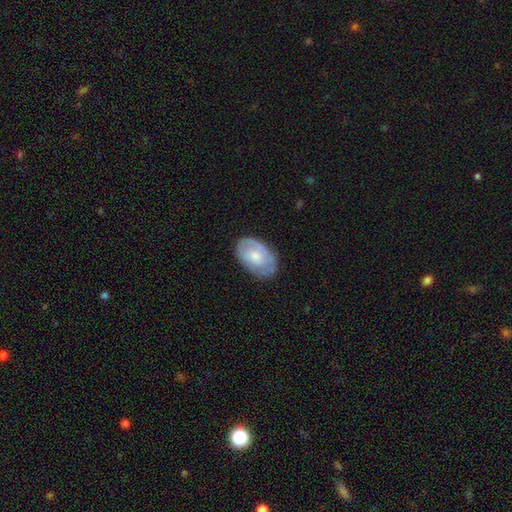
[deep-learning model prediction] This is possibly a smooth galaxy (57%). How rounded: clearly in between (90%). Merging: likely none (74%).